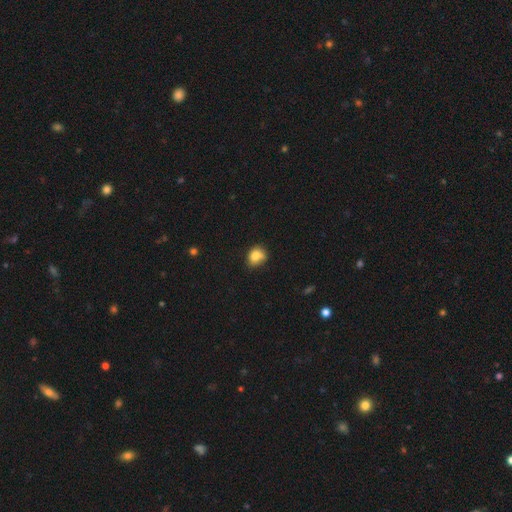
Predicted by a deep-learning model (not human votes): Smooth or featured? smooth (80%)
How rounded? round (56%)
Merging? none (55%)